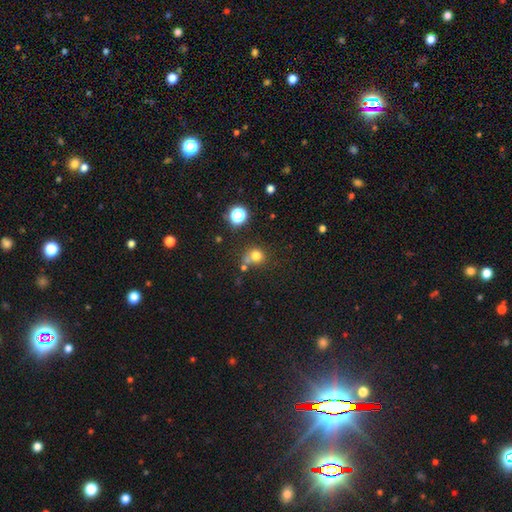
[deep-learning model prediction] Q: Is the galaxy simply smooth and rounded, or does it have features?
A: smooth — 74%.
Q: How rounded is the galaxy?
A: round — 84%.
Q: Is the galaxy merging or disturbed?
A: none — 56%.